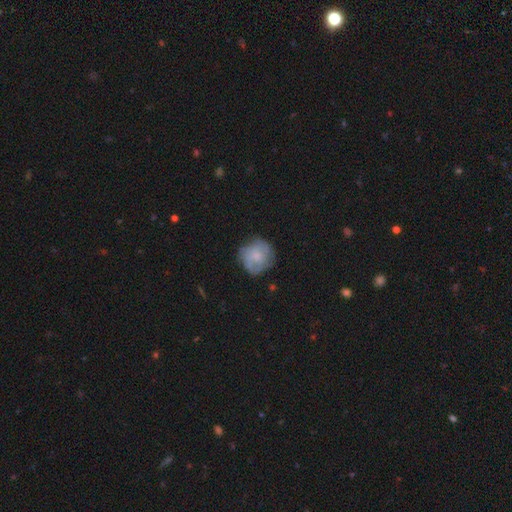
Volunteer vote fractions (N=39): Smooth or featured? 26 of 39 (67%) said smooth. How rounded? 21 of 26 (81%) said round. Merging? 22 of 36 (61%) said none.